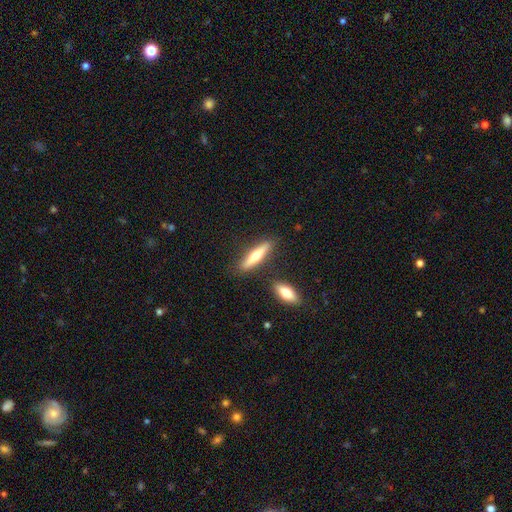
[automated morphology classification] type=smooth (47%, tied with featured or disk); merging=none (80%).